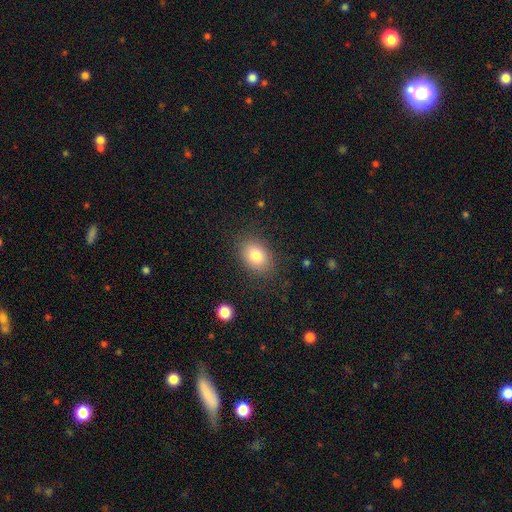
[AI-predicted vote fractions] The model was most divided on "how rounded": in between: 72%, round: 27%, cigar-shaped: 1%. More confident: merging — none (82%); smooth or featured — smooth (82%).